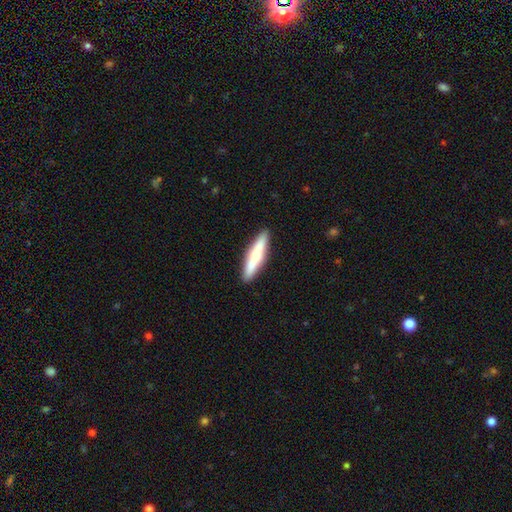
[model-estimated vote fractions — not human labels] Smooth or featured?
  - smooth: 61% *
  - featured or disk: 33%
  - star or artifact: 6%
How rounded?
  - cigar-shaped: 87% *
  - in between: 12%
  - round: 2%
Merging?
  - none: 87% *
  - minor disturbance: 9%
  - merger: 2%
  - major disturbance: 2%